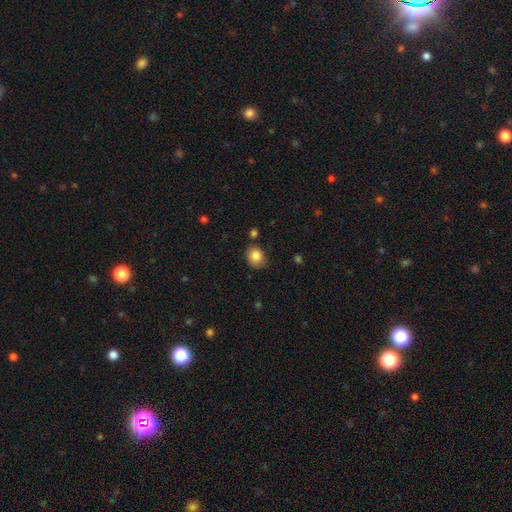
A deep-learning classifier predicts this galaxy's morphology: The model was most divided on "how rounded": round: 63%, in between: 37%, cigar-shaped: 1%. More confident: smooth or featured — smooth (84%); merging — none (73%).